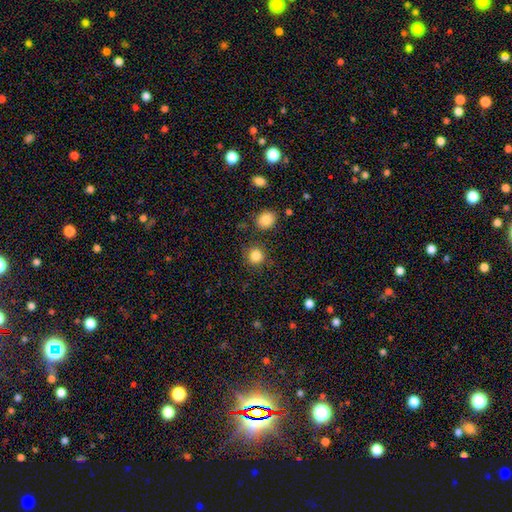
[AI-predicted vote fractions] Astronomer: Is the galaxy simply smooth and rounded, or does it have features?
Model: smooth — 85%.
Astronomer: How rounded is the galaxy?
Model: round — 91%.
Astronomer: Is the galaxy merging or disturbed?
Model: none — 85%.